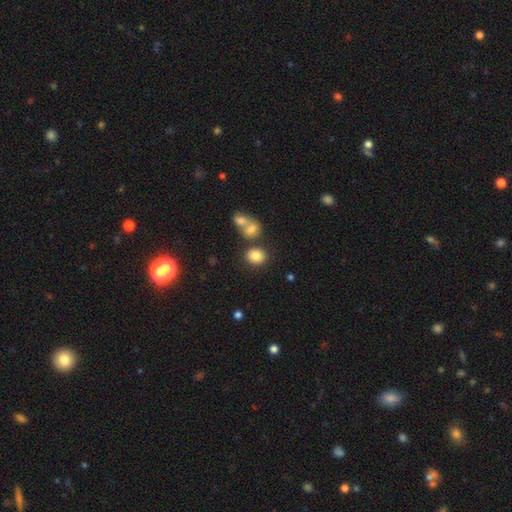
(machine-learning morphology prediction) Q: Smooth or featured?
A: smooth (82%); runner-up: star or artifact (10%)
Q: How rounded?
A: round (62%); runner-up: in between (37%)
Q: Merging?
A: none (70%); runner-up: merger (16%)